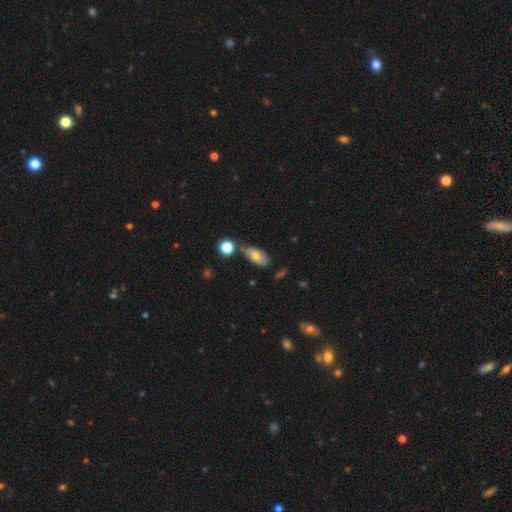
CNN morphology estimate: Smooth or featured: smooth — 71% (featured or disk — 21%)
How rounded: in between — 88% (cigar-shaped — 7%)
Merging: none — 65% (minor disturbance — 19%)